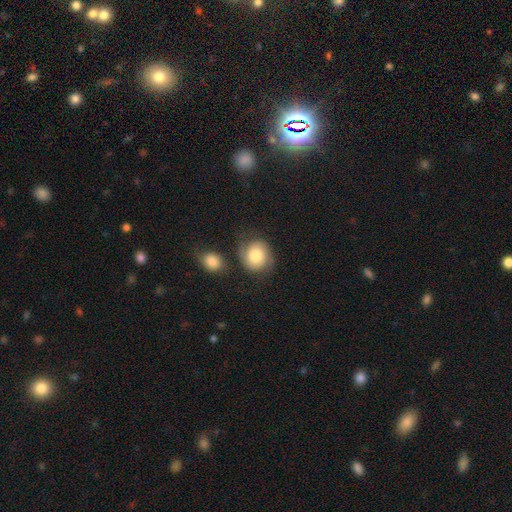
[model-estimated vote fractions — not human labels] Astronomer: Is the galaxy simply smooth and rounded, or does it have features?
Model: smooth — 56% (runner-up: featured or disk, 36%).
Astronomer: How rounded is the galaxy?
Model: round — 74%.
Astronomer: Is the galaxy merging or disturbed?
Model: none — 62%.